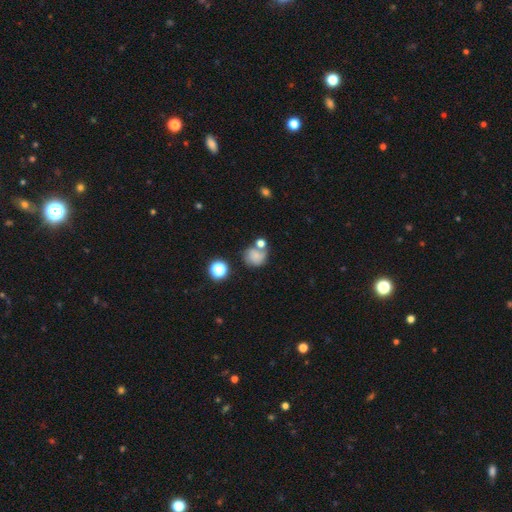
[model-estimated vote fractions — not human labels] The model was most divided on "merging": none: 46%, merger: 28%, minor disturbance: 17%, major disturbance: 9%. More confident: how rounded — round (79%); smooth or featured — smooth (68%).